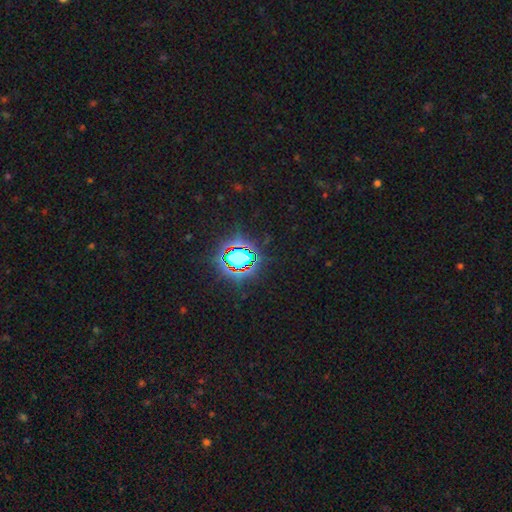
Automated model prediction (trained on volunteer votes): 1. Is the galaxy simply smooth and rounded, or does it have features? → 82% star or artifact, 11% smooth, 7% featured or disk.